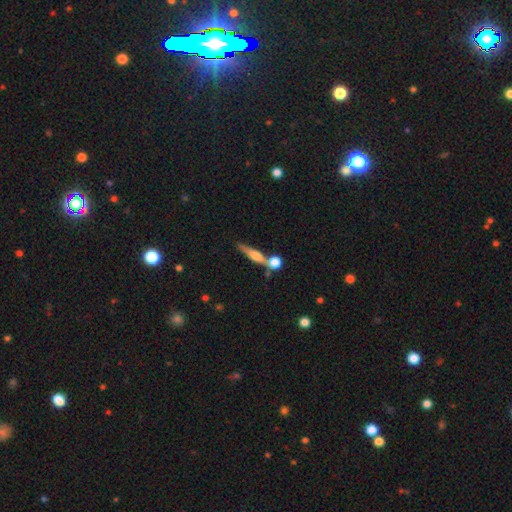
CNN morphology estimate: The model was most divided on "smooth or featured": featured or disk: 56%, smooth: 36%, star or artifact: 8%. More confident: edge-on disk — yes (92%); edge-on bulge — rounded (86%); merging — none (59%).